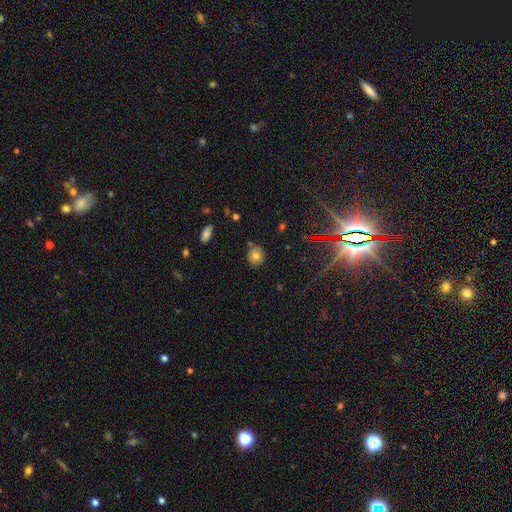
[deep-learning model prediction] Overall: smooth (75%). How rounded: round (79%). Merging: none (79%).